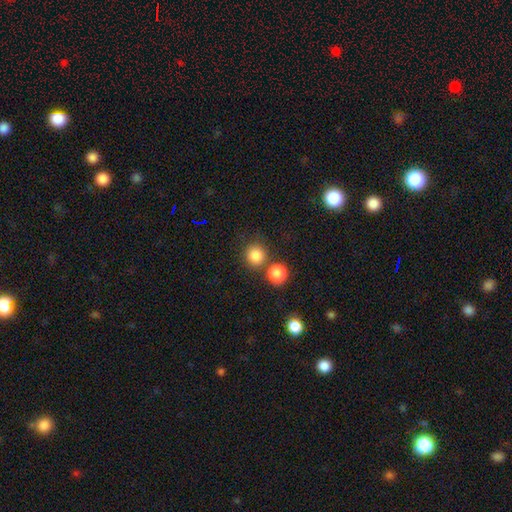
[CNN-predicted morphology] Overall: smooth (83%). How rounded: round (91%). Merging: none (69%).